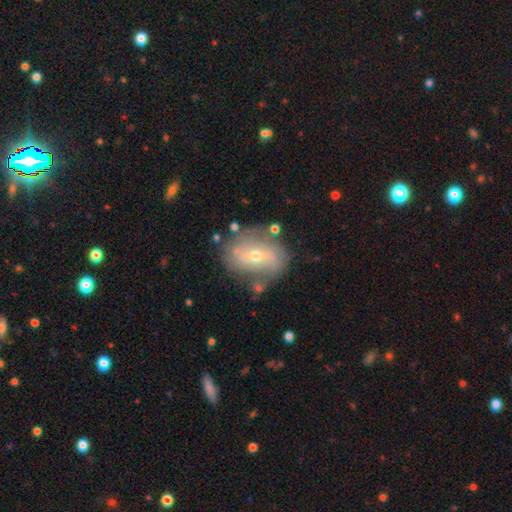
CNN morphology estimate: Overall: featured or disk (62%; smooth 29%). Edge-on disk: no (94%). Bar: no (48%; weak 34%). Spiral arms: yes (65%; no 35%). Bulge size: small (49%; moderate 47%). Merging: none (70%).